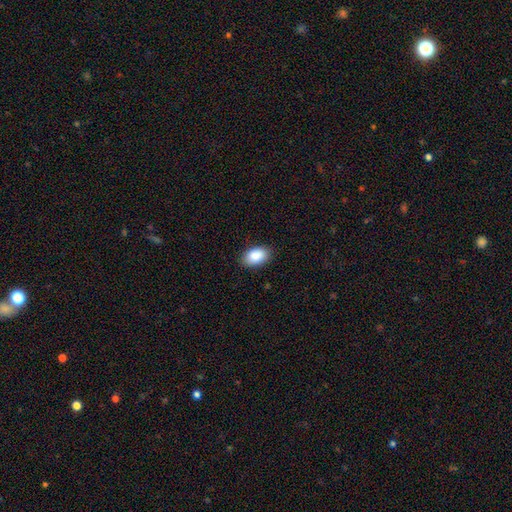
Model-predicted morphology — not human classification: smooth-or-featured: smooth: 89% | star or artifact: 7% | featured or disk: 4%
  how-rounded: in between: 92% | round: 7% | cigar-shaped: 1%
  merging: none: 87% | minor disturbance: 10% | major disturbance: 2% | merger: 1%